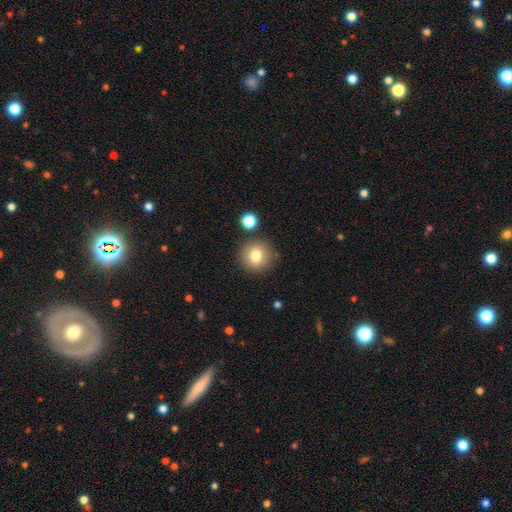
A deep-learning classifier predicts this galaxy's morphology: This is likely a smooth galaxy (79%). How rounded: clearly round (89%). Merging: clearly none (85%).